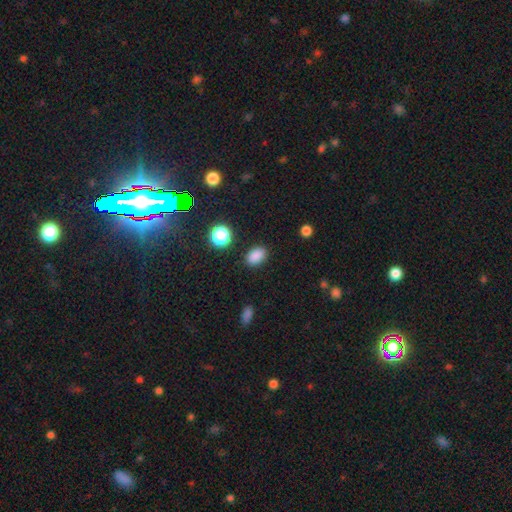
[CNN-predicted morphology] A smooth galaxy with no disk features (85%) that is in between round and cigar-shaped (82%). Merging: none (87%).